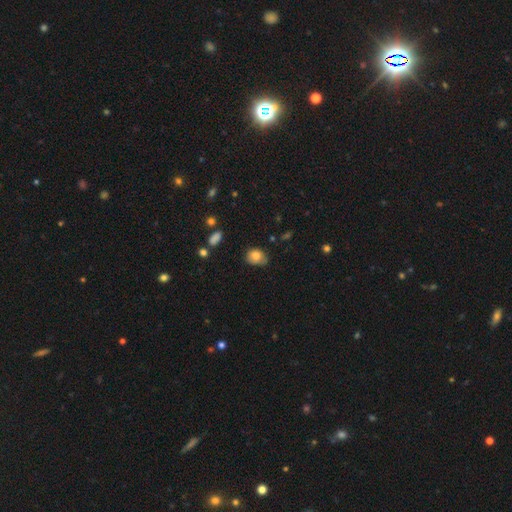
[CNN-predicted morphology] smooth-or-featured: smooth: 80% | featured or disk: 11% | star or artifact: 9%
  how-rounded: in between: 50% | round: 49% | cigar-shaped: 1%
  merging: none: 59% | minor disturbance: 32% | major disturbance: 7% | merger: 2%